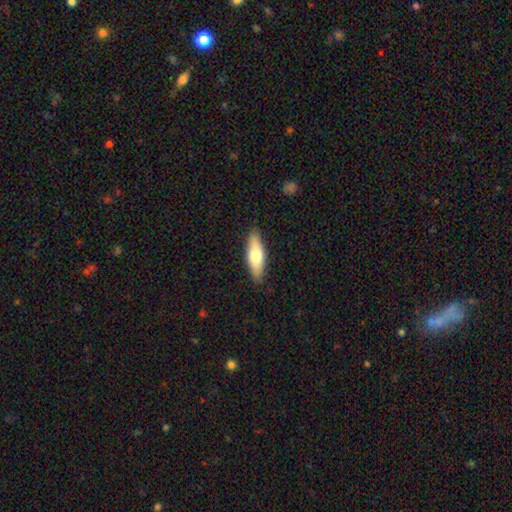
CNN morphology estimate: Smooth or featured?
  - smooth: 66% *
  - featured or disk: 28%
  - star or artifact: 6%
How rounded?
  - in between: 51% *
  - cigar-shaped: 47%
  - round: 2%
Merging?
  - none: 87% *
  - minor disturbance: 10%
  - major disturbance: 2%
  - merger: 1%